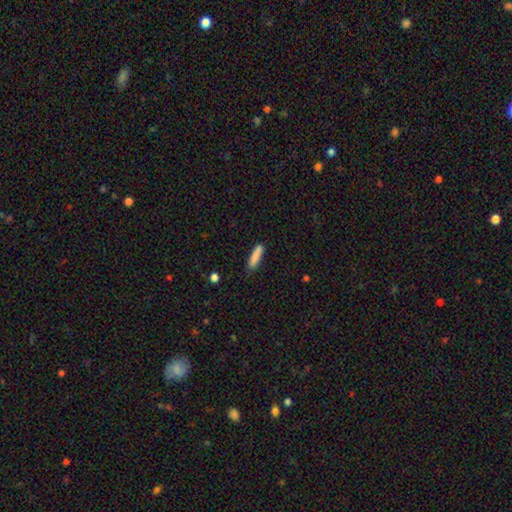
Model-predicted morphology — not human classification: type=smooth (86%); roundness=cigar-shaped (79%); merging=none (83%).